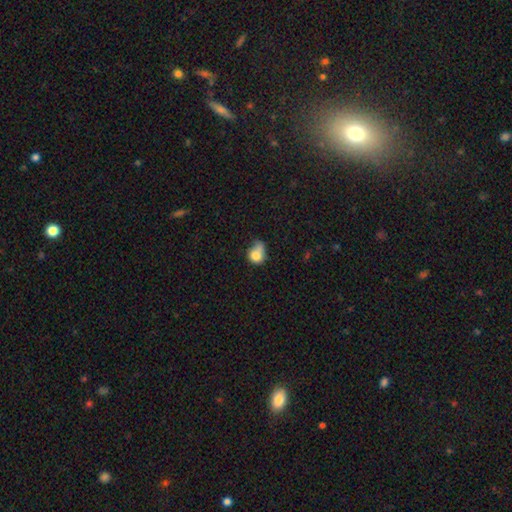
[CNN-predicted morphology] The model was most divided on "merging": minor disturbance: 33%, major disturbance: 25%, none: 25%, merger: 16%. More confident: smooth or featured — smooth (77%); how rounded — round (56%).